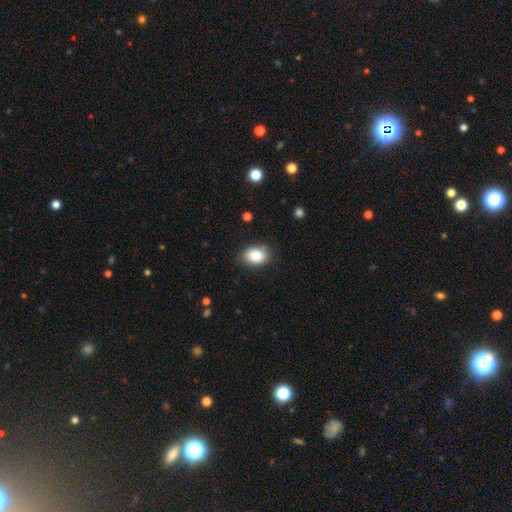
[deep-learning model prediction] Smooth or featured? Predicted: smooth (p=0.84). How rounded? Predicted: in between (p=0.75). Merging? Predicted: none (p=0.85).